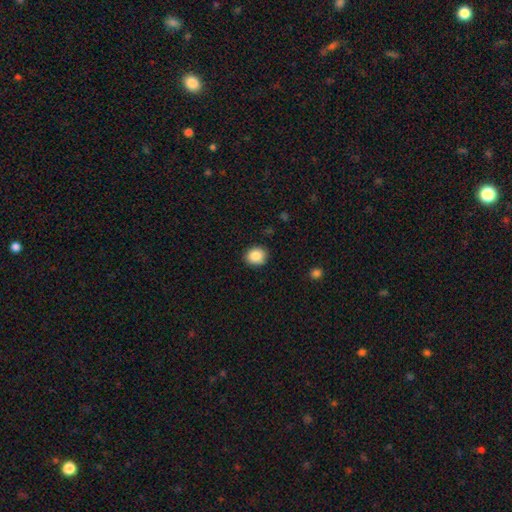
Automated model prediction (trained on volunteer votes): Q: Smooth or featured?
A: smooth (87%); runner-up: star or artifact (9%)
Q: How rounded?
A: round (74%); runner-up: in between (25%)
Q: Merging?
A: none (88%); runner-up: minor disturbance (9%)